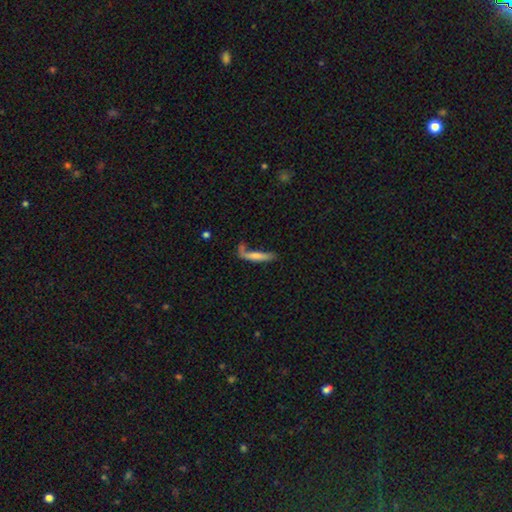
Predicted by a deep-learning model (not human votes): smooth 66%, featured or disk 26%, star or artifact 7%. Down the decision tree: how rounded — cigar-shaped (84%); merging — none (46%).